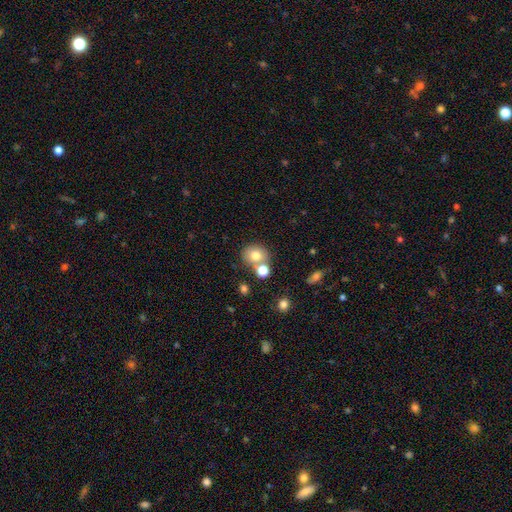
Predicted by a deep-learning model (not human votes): smooth_or_featured: smooth (p=0.76) [alt: star or artifact p=0.12]
how_rounded: round (p=0.71) [alt: in between p=0.28]
merging: none (p=0.59) [alt: merger p=0.26]